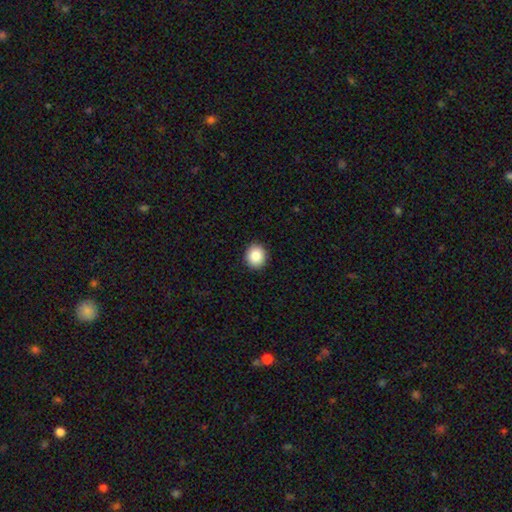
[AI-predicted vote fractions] smooth-or-featured: smooth: 87% | star or artifact: 8% | featured or disk: 5%
  how-rounded: round: 79% | in between: 20% | cigar-shaped: 1%
  merging: none: 92% | minor disturbance: 6% | major disturbance: 2% | merger: 1%